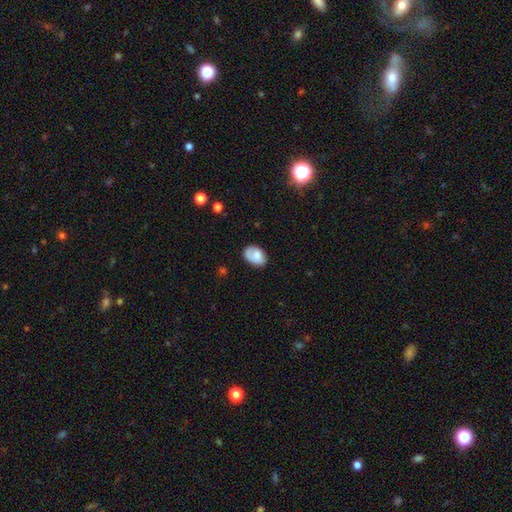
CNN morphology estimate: Smooth or featured?
  - smooth: 77% *
  - featured or disk: 16%
  - star or artifact: 7%
How rounded?
  - in between: 85% *
  - round: 14%
  - cigar-shaped: 1%
Merging?
  - none: 63% *
  - minor disturbance: 27%
  - major disturbance: 8%
  - merger: 3%